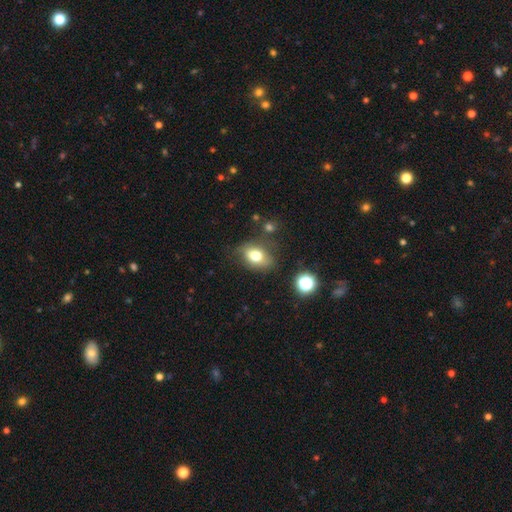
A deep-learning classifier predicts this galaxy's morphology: smooth-or-featured: smooth: 72% | featured or disk: 17% | star or artifact: 11%
  how-rounded: in between: 70% | round: 28% | cigar-shaped: 2%
  merging: none: 67% | minor disturbance: 21% | major disturbance: 7% | merger: 5%